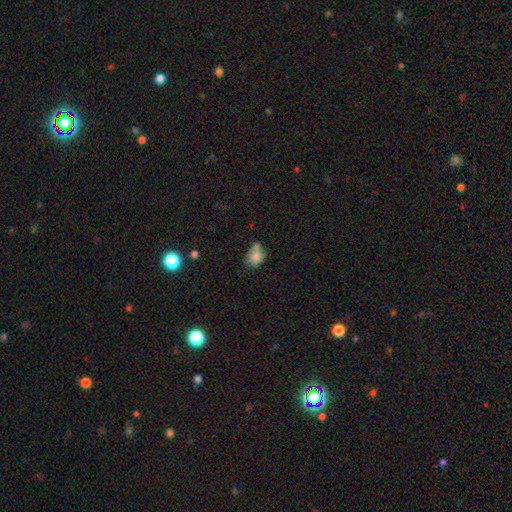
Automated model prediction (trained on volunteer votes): Overall: smooth (75%). How rounded: in between (72%). Merging: none (43%; minor disturbance 29%).